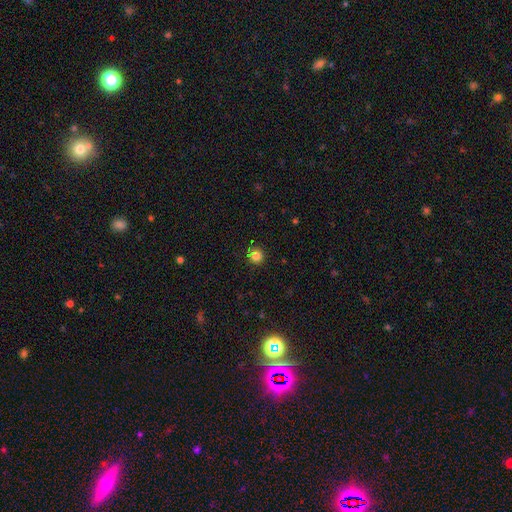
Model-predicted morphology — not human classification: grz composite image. It shows a smooth galaxy with no disk features (78%) that is round (92%). Merging: none (83%).